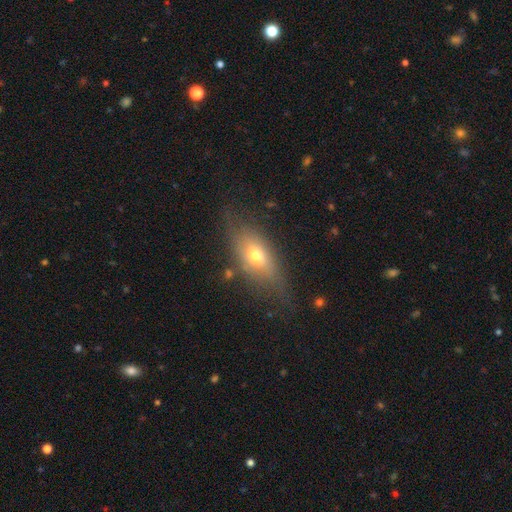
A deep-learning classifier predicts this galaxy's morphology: Smooth or featured? smooth (56%)
How rounded? in between (75%)
Merging? none (61%)